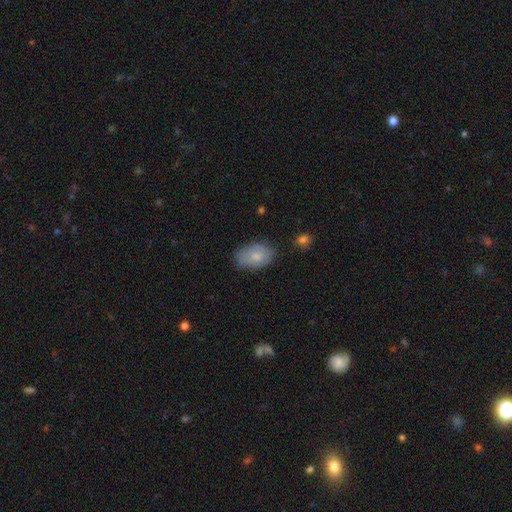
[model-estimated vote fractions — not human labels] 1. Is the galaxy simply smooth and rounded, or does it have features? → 78% smooth, 15% featured or disk, 7% star or artifact.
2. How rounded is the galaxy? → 90% in between, 9% round, 1% cigar-shaped.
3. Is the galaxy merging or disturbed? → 75% none, 19% minor disturbance, 4% major disturbance, 2% merger.